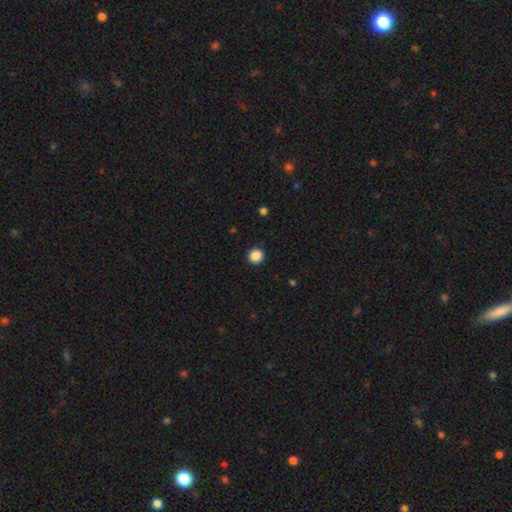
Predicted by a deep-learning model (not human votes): Overall: smooth (87%). How rounded: round (93%). Merging: none (92%).